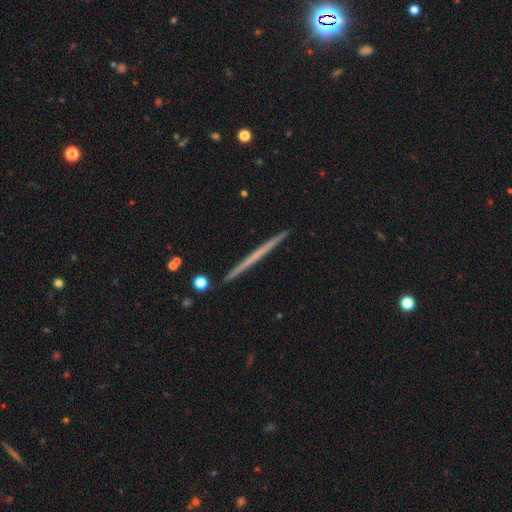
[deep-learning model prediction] featured or disk 58%, smooth 36%, star or artifact 6%. Down the decision tree: edge-on disk — yes (98%); edge-on bulge — none (91%); merging — none (93%).